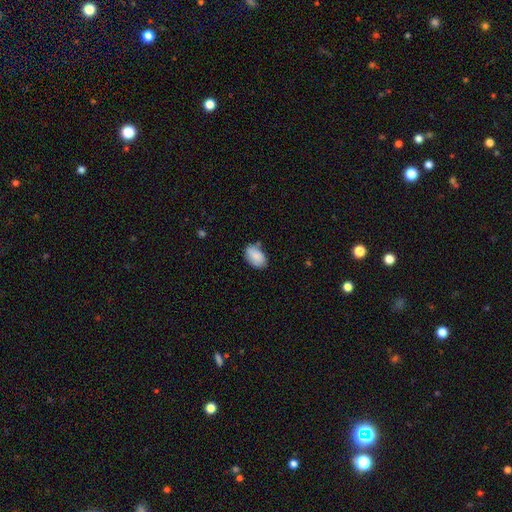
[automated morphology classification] smooth_or_featured: smooth (p=0.83) [alt: featured or disk p=0.10]
how_rounded: in between (p=0.90) [alt: round p=0.08]
merging: none (p=0.67) [alt: minor disturbance p=0.24]